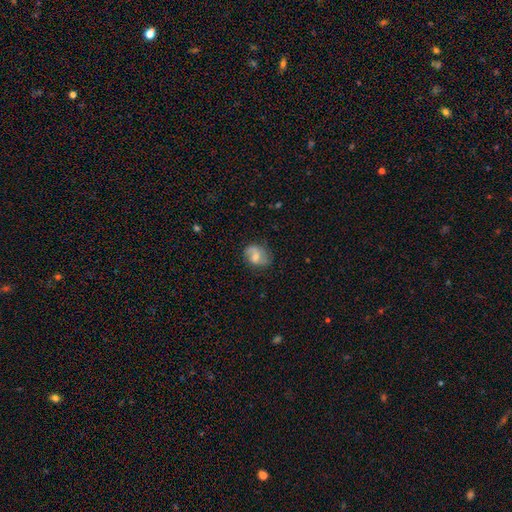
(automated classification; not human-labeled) A featured or disk galaxy (51%). Merging: none (67%).